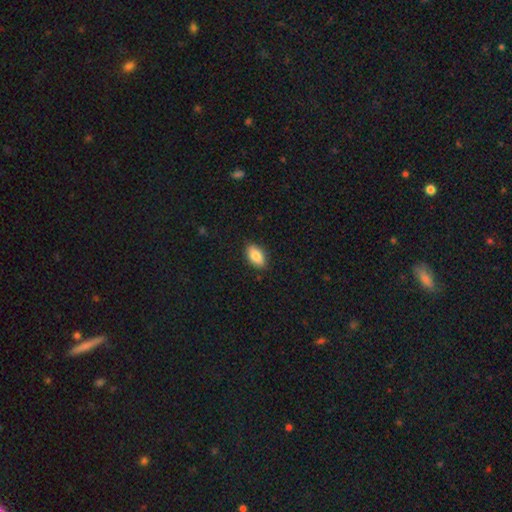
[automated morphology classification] The model was most divided on "smooth or featured": smooth: 84%, featured or disk: 9%, star or artifact: 7%. More confident: how rounded — in between (92%); merging — none (87%).